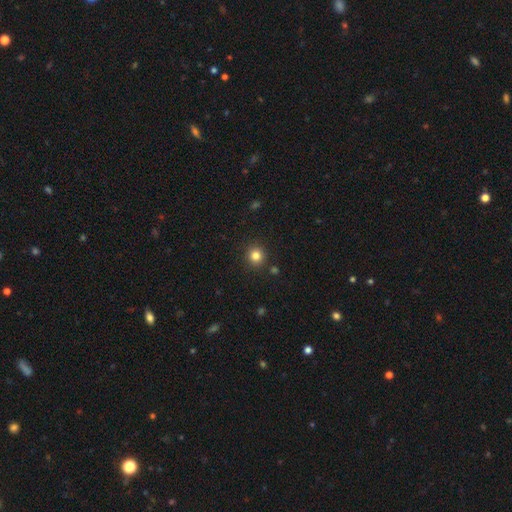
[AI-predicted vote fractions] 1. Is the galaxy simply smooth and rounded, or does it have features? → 82% smooth, 12% star or artifact, 5% featured or disk.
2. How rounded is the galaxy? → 91% round, 8% in between, 1% cigar-shaped.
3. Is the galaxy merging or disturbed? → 89% none, 7% minor disturbance, 3% merger, 2% major disturbance.